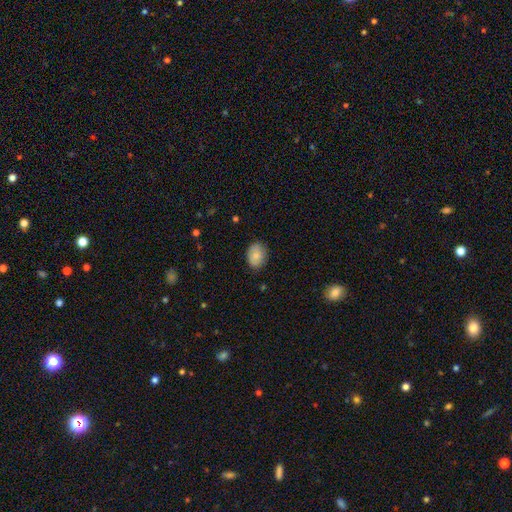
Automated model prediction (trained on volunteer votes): smooth_or_featured: smooth (p=0.84) [alt: featured or disk p=0.09]
how_rounded: in between (p=0.72) [alt: round p=0.28]
merging: none (p=0.82) [alt: minor disturbance p=0.14]